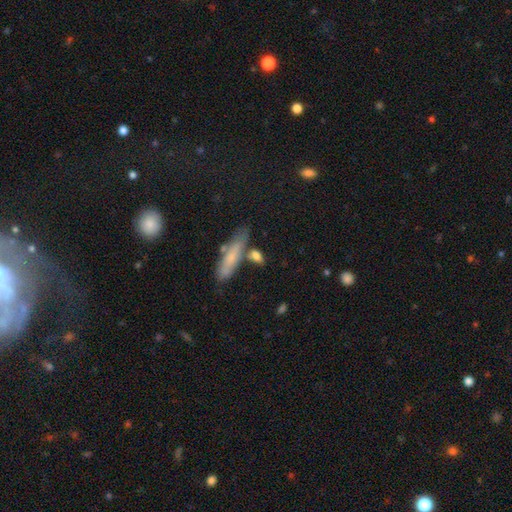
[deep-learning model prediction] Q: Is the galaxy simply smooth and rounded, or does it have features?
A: smooth — 74%.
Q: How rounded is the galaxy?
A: in between — 54%.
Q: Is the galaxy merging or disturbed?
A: none — 58%.